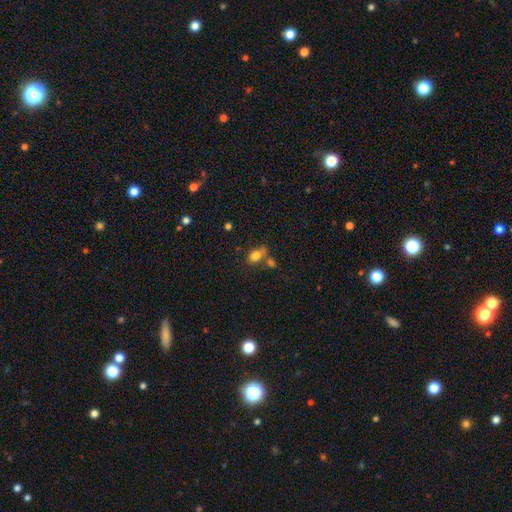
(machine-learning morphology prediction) This is likely a smooth galaxy (78%). How rounded: likely in between (76%). Merging: marginally none (42%).